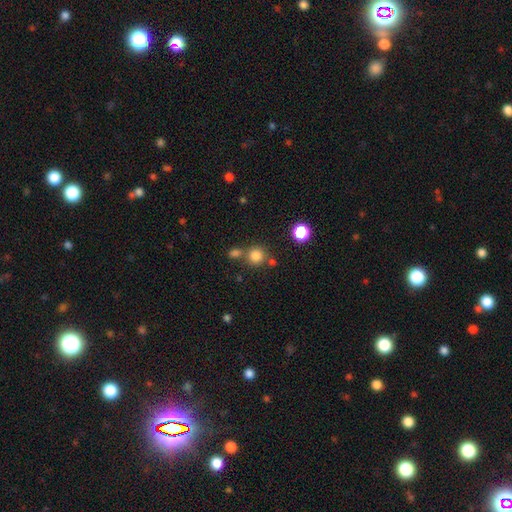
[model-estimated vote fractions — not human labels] This is clearly a smooth galaxy (80%). How rounded: clearly round (91%). Merging: likely none (67%).